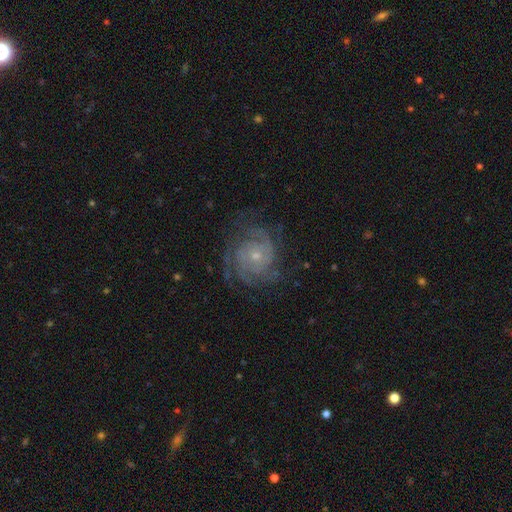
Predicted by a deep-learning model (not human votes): smooth-or-featured: featured or disk: 84% | smooth: 8% | star or artifact: 7%
  disk-edge-on: no: 98% | yes: 2%
    bar: no: 79% | weak: 18% | strong: 4%
    has-spiral-arms: yes: 95% | no: 5%
      spiral-winding: tight: 62% | medium: 31% | loose: 7%
      spiral-arm-count: can't tell: 28% | 3: 24% | 4: 18% | 2: 16% | more than 4: 8% | 1: 7%
    bulge-size: small: 71% | moderate: 25% | none: 2% | large: 2% | dominant: 1%
  merging: none: 72% | minor disturbance: 16% | major disturbance: 11% | merger: 1%